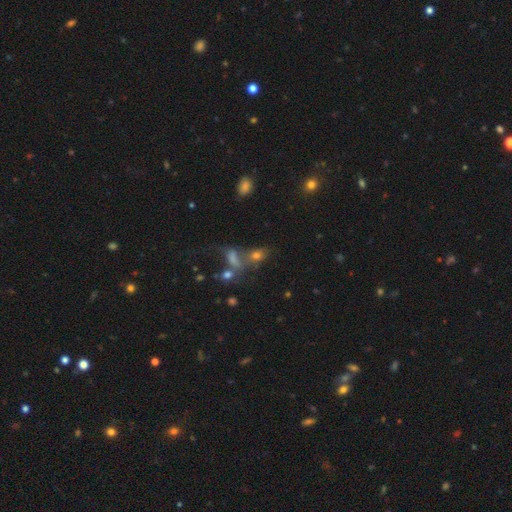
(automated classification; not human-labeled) A smooth galaxy with no disk features (46%).

Vote fractions:
- Smooth or featured? smooth: 46% / star or artifact: 32% / featured or disk: 22%
- Merging? merger: 45% / none: 33% / major disturbance: 11% / minor disturbance: 11%